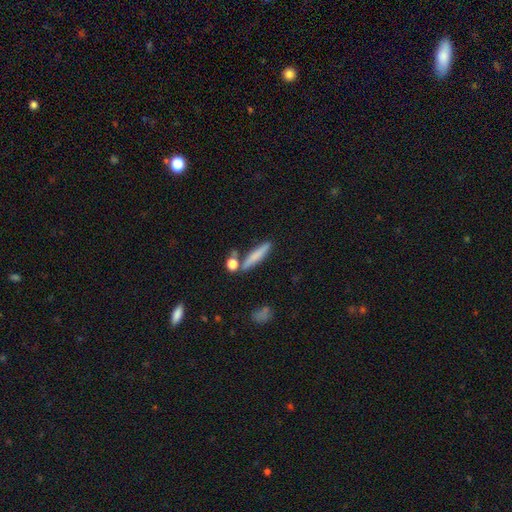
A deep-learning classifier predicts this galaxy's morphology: smooth 71%, featured or disk 21%, star or artifact 8%. Down the decision tree: how rounded — cigar-shaped (84%); merging — none (75%).